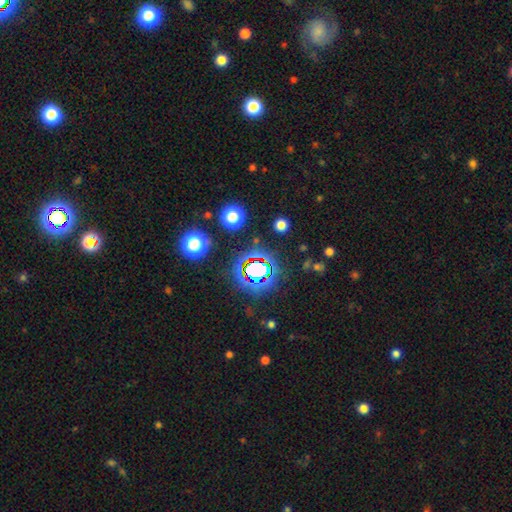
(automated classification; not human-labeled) A star or artifact, not a galaxy (80%).

Vote fractions:
- Smooth or featured? star or artifact: 80% / smooth: 13% / featured or disk: 7%